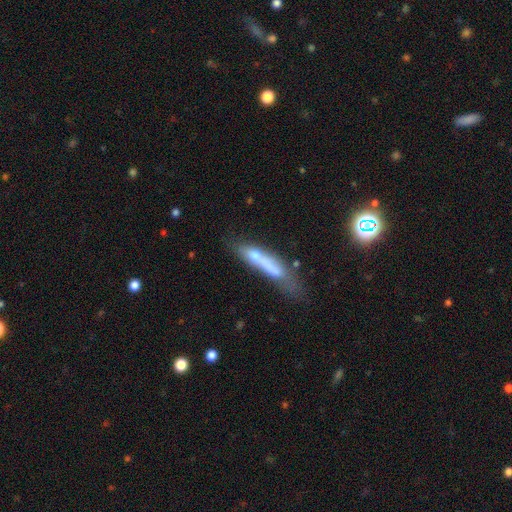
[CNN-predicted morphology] Overall: smooth (55%; featured or disk 34%). How rounded: cigar-shaped (83%). Merging: none (35%; minor disturbance 25%).